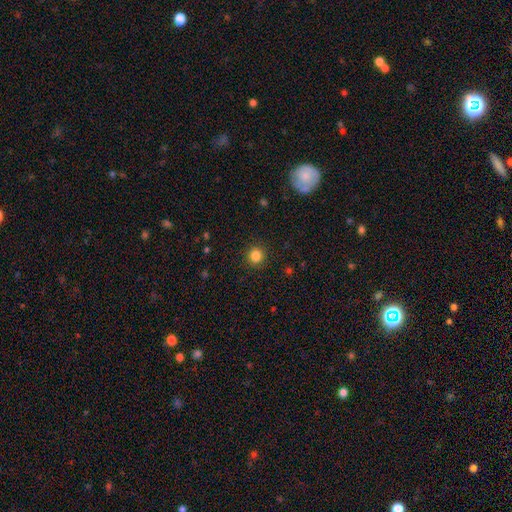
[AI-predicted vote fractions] smooth_or_featured: smooth (p=0.84) [alt: star or artifact p=0.11]
how_rounded: round (p=0.93) [alt: in between p=0.06]
merging: none (p=0.91) [alt: minor disturbance p=0.06]